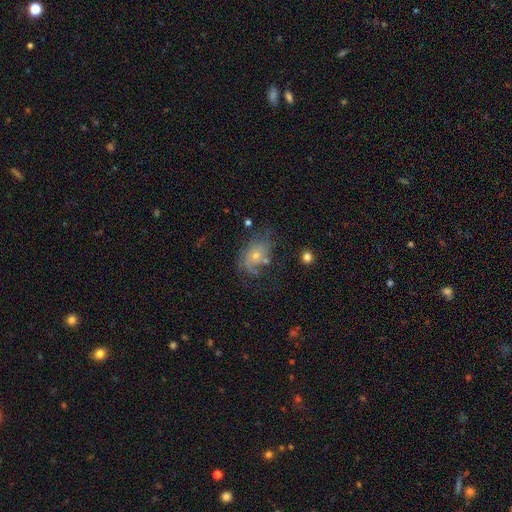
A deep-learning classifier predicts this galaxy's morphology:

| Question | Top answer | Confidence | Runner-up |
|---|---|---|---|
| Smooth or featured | featured or disk | 62% | smooth (24%) |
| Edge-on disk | no | 96% | yes (4%) |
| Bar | no | 80% | weak (17%) |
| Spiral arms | yes | 81% | no (19%) |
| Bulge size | small | 58% | moderate (37%) |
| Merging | none | 58% | minor disturbance (22%) |